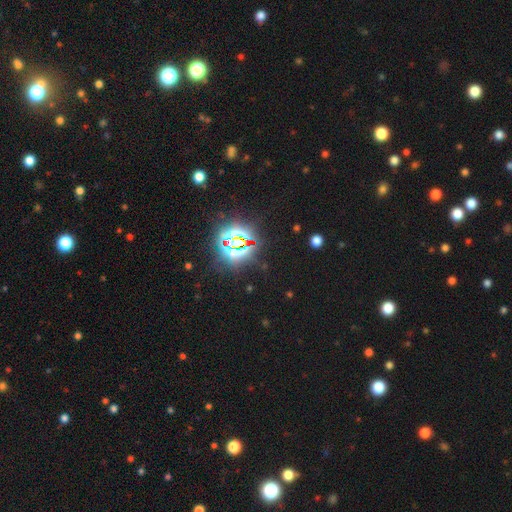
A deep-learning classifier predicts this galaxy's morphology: Q: Smooth or featured?
A: star or artifact (82%); runner-up: smooth (12%)